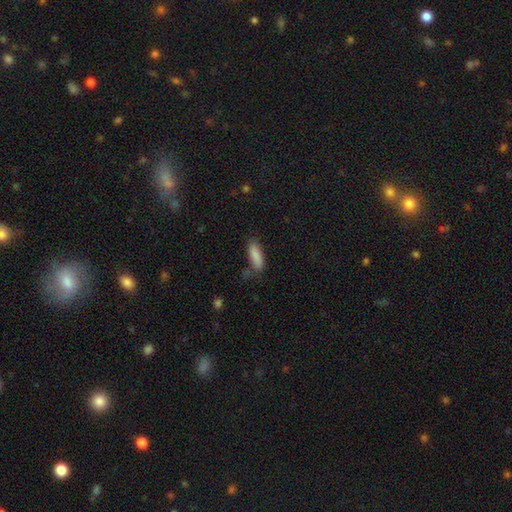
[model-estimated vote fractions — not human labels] Overall: smooth (88%). How rounded: in between (58%; cigar-shaped 40%). Merging: none (75%).